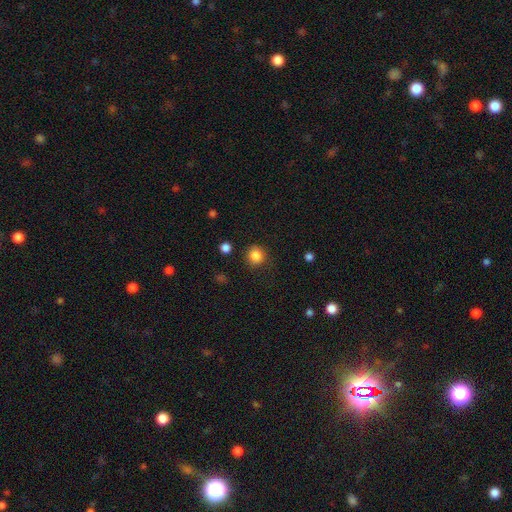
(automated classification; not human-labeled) Smooth or featured: smooth — 85% (star or artifact — 11%)
How rounded: round — 89% (in between — 10%)
Merging: none — 85% (minor disturbance — 10%)